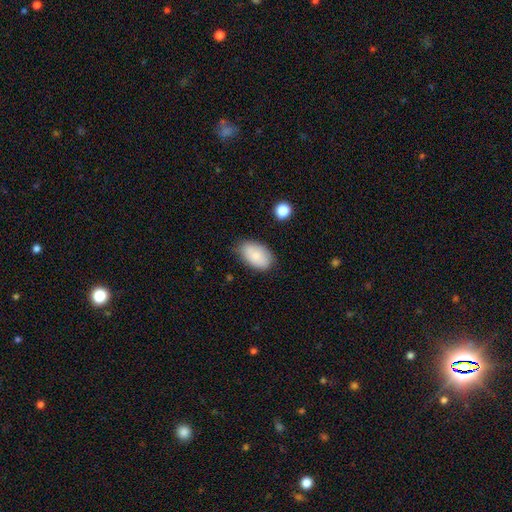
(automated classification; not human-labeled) Morphology: type=smooth (82%); roundness=in between (93%); merging=none (74%).